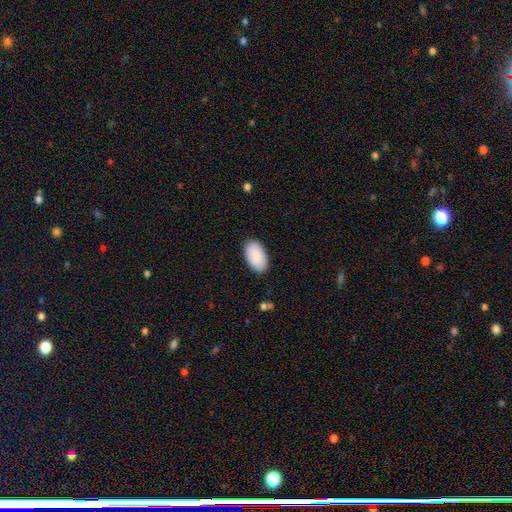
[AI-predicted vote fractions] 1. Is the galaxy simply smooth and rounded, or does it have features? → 91% smooth, 6% star or artifact, 4% featured or disk.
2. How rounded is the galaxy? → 96% in between, 3% round, 1% cigar-shaped.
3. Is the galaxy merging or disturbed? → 87% none, 10% minor disturbance, 2% major disturbance, 1% merger.